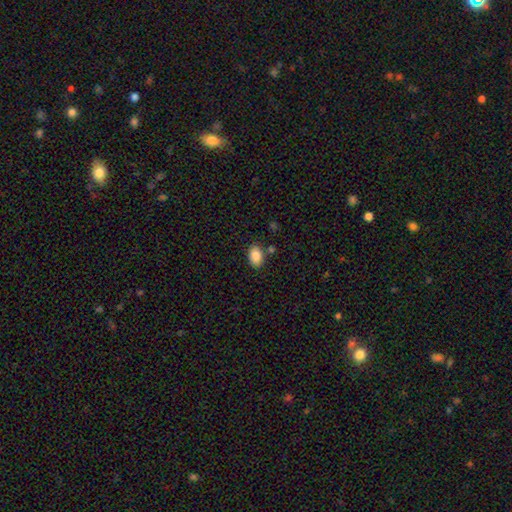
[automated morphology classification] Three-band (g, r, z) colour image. It shows a smooth galaxy with no disk features (87%) that is in between round and cigar-shaped (85%). Merging: none (82%).